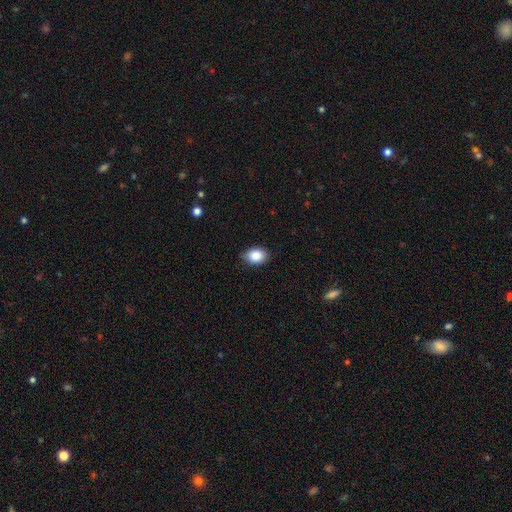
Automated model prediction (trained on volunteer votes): smooth 87%, star or artifact 8%, featured or disk 5%. Down the decision tree: how rounded — in between (73%); merging — none (82%).